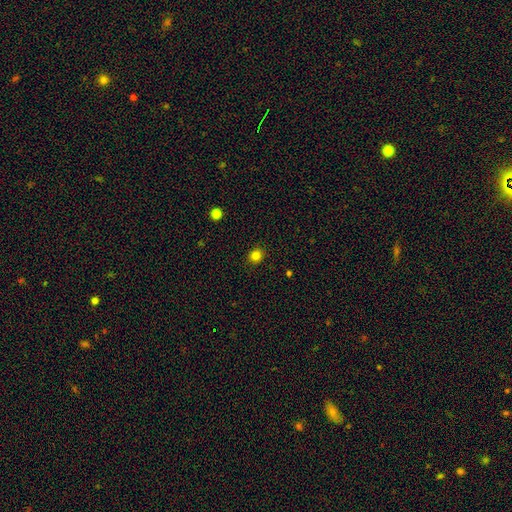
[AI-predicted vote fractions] smooth_or_featured: smooth (p=0.82) [alt: star or artifact p=0.13]
how_rounded: round (p=0.79) [alt: in between p=0.20]
merging: none (p=0.90) [alt: minor disturbance p=0.07]